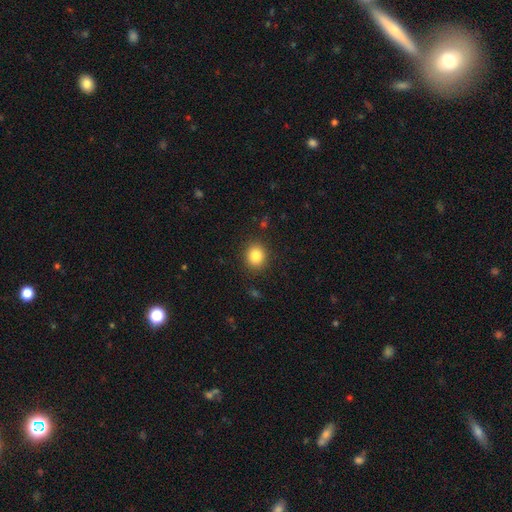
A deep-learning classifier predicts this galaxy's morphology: A smooth galaxy with no disk features (83%) that is round (80%). Merging: none (89%).